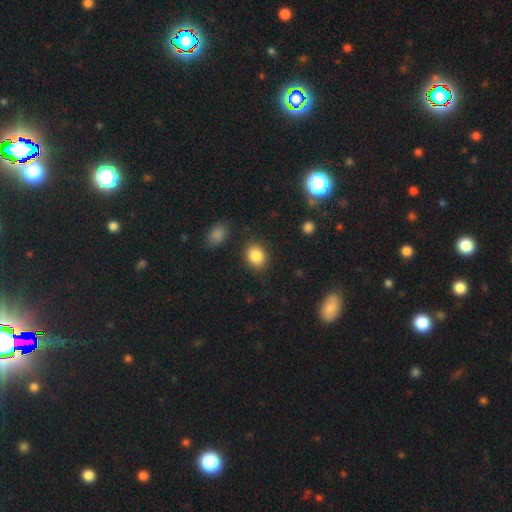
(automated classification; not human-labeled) This is clearly a smooth galaxy (86%). How rounded: possibly in between (57%). Merging: clearly none (84%).